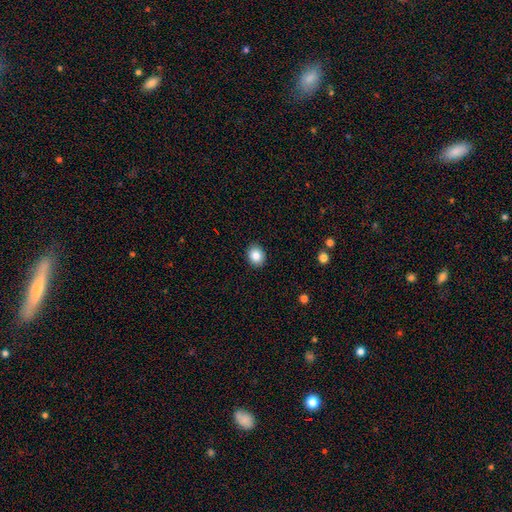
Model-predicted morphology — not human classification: smooth-or-featured: smooth: 85% | star or artifact: 9% | featured or disk: 6%
  how-rounded: round: 67% | in between: 33% | cigar-shaped: 1%
  merging: none: 91% | minor disturbance: 6% | major disturbance: 2% | merger: 1%